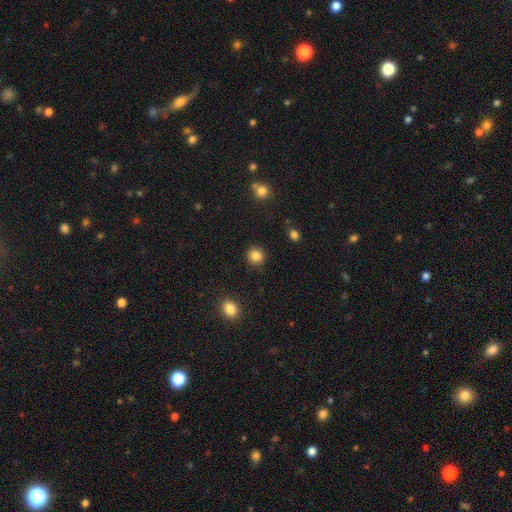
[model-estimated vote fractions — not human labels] This appears to be a smooth galaxy with no disk features (85%) that is round (91%). Merging: none (89%).